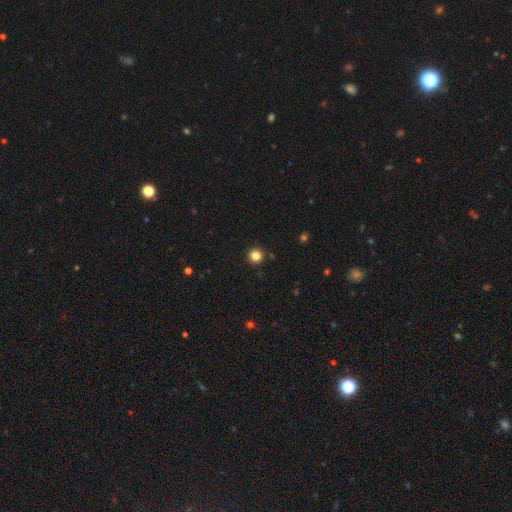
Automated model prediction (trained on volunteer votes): Smooth or featured? Predicted: smooth (p=0.84). How rounded? Predicted: round (p=0.96). Merging? Predicted: none (p=0.92).